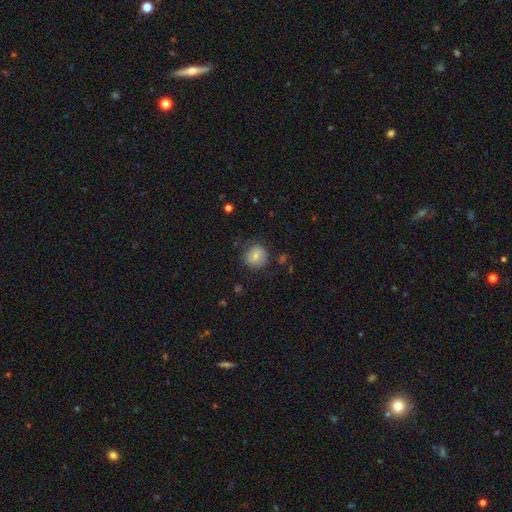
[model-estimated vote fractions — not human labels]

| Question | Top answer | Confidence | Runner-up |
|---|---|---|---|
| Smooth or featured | smooth | 75% | featured or disk (16%) |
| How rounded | round | 86% | in between (13%) |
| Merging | none | 78% | minor disturbance (16%) |